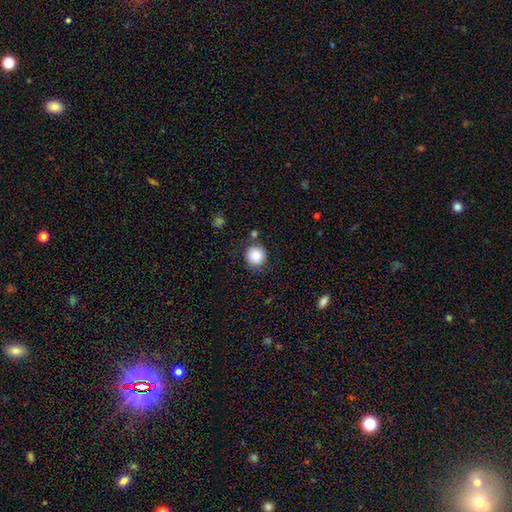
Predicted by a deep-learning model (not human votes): Smooth or featured? smooth (87%)
How rounded? round (94%)
Merging? none (83%)